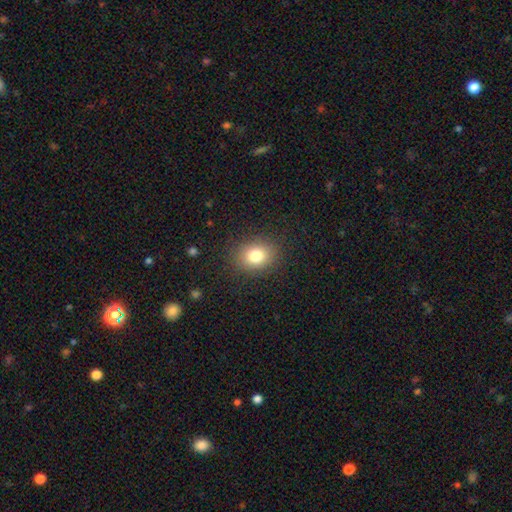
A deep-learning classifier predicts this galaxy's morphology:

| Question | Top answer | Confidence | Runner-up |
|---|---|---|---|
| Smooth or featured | smooth | 80% | star or artifact (11%) |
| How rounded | in between | 50% | round (49%) |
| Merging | none | 86% | minor disturbance (9%) |